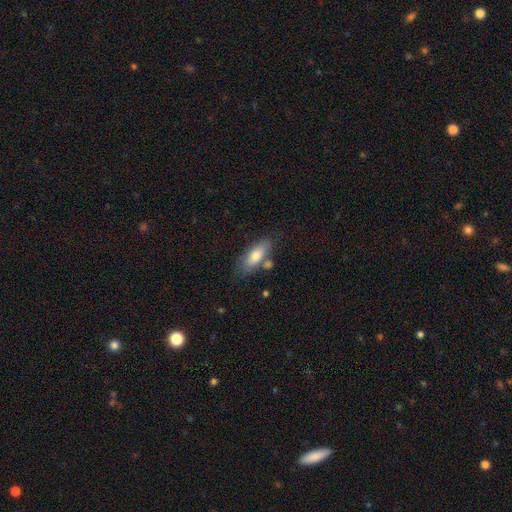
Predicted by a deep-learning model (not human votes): Smooth or featured: smooth — 74% (featured or disk — 20%)
How rounded: in between — 75% (cigar-shaped — 22%)
Merging: none — 66% (minor disturbance — 17%)